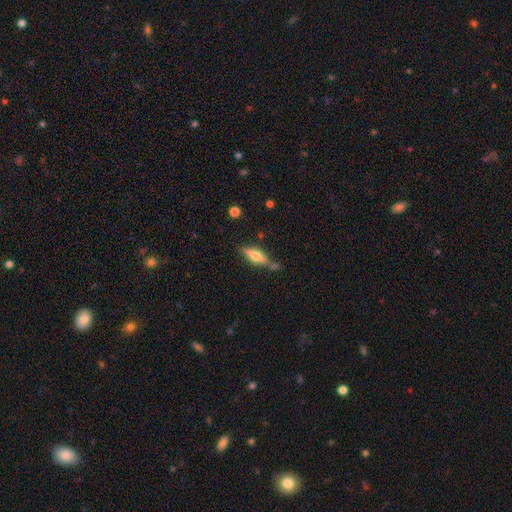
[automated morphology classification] Smooth or featured?
  - smooth: 51% *
  - featured or disk: 42%
  - star or artifact: 7%
How rounded?
  - in between: 49% *
  - cigar-shaped: 48%
  - round: 3%
Merging?
  - none: 65% *
  - minor disturbance: 18%
  - merger: 12%
  - major disturbance: 5%